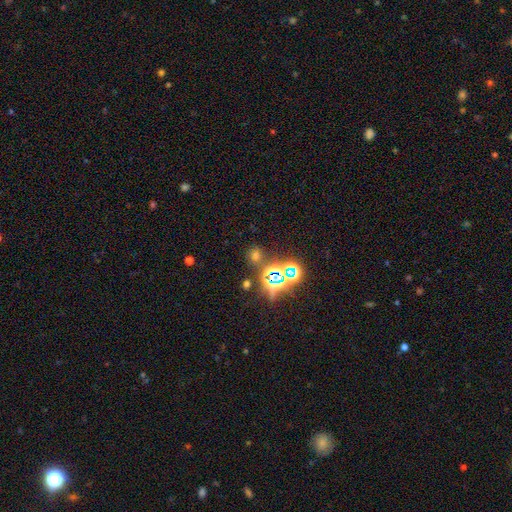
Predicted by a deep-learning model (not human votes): The model was most divided on "smooth or featured": star or artifact: 52%, smooth: 41%, featured or disk: 7%.